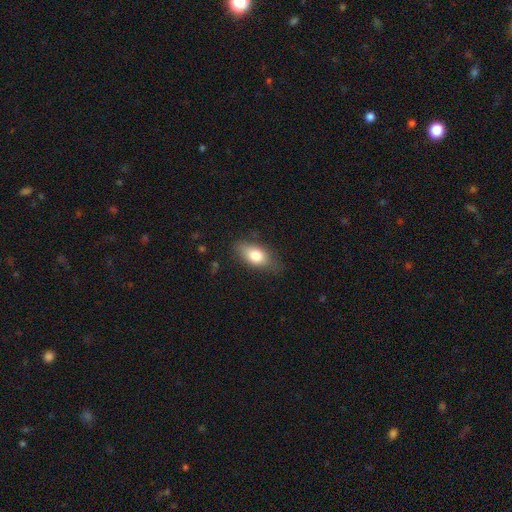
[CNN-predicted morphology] smooth 75%, featured or disk 17%, star or artifact 8%. Down the decision tree: how rounded — in between (85%); merging — none (73%).